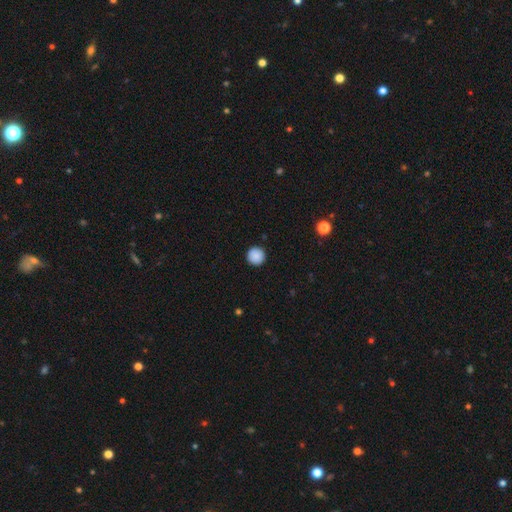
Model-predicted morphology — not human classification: Overall: smooth (89%). How rounded: round (96%). Merging: none (92%).